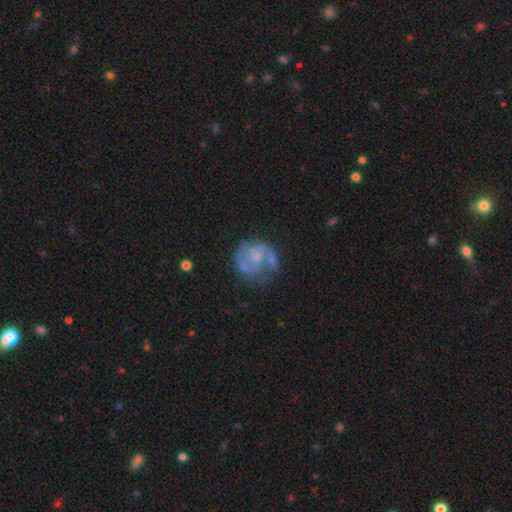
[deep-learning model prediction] This is likely a featured or disk galaxy (69%). It is clearly not viewed edge-on (98%). Bar: likely no (68%). Spiral arm pattern: likely yes (71%). Central bulge: marginally small (36%). Merging: possibly none (53%).